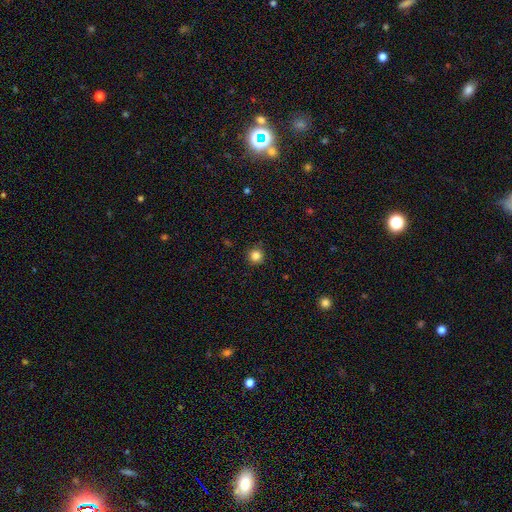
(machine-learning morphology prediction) A smooth galaxy with no disk features (84%) that is round (95%).

Vote fractions:
- Smooth or featured? smooth: 84% / star or artifact: 12% / featured or disk: 4%
- How rounded? round: 95% / in between: 4% / cigar-shaped: 1%
- Merging? none: 90% / minor disturbance: 7% / major disturbance: 2% / merger: 1%